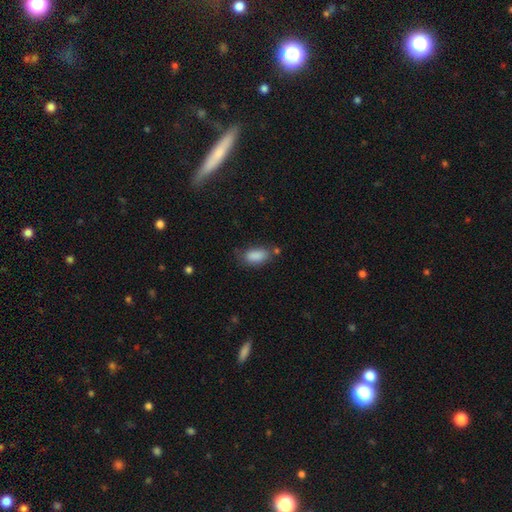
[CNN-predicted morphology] Overall: smooth (88%). How rounded: in between (90%). Merging: none (67%).